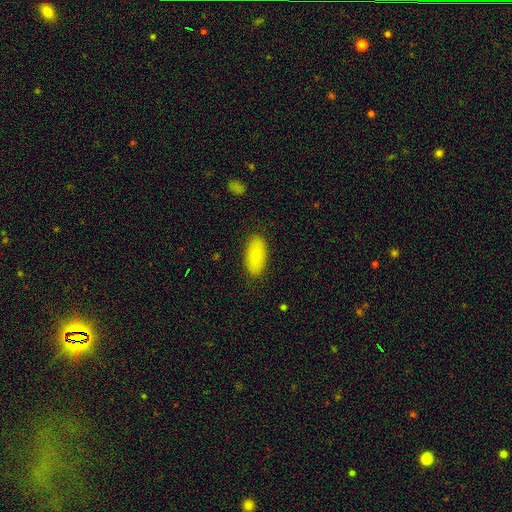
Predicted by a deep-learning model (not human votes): A smooth galaxy with no disk features (87%) that is in between round and cigar-shaped (90%).

Vote fractions:
- Smooth or featured? smooth: 87% / star or artifact: 7% / featured or disk: 6%
- How rounded? in between: 90% / cigar-shaped: 8% / round: 2%
- Merging? none: 87% / minor disturbance: 10% / major disturbance: 2% / merger: 1%